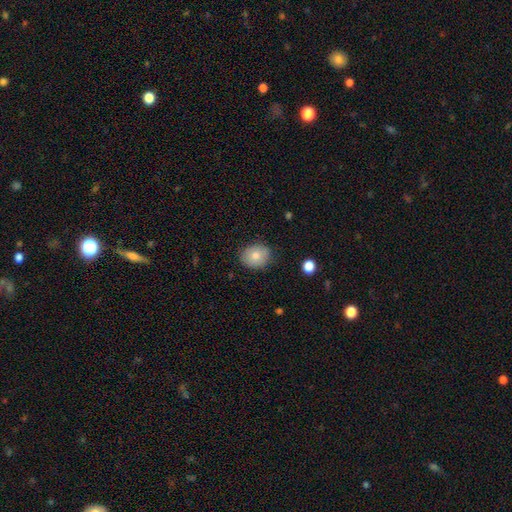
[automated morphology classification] smooth 78%, featured or disk 14%, star or artifact 8%. Down the decision tree: how rounded — round (52%); merging — none (83%).